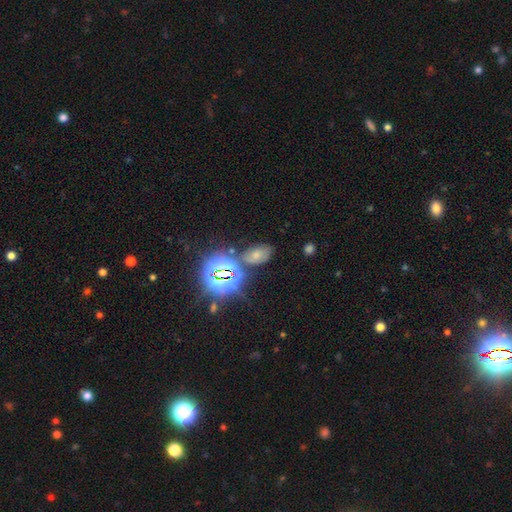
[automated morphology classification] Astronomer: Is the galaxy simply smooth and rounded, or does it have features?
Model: smooth — 49% (runner-up: star or artifact, 36%).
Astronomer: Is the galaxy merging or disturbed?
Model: none — 67%.